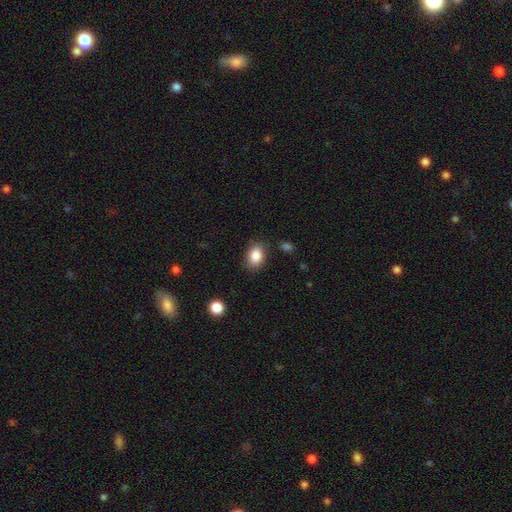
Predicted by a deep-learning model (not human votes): smooth 86%, star or artifact 8%, featured or disk 6%. Down the decision tree: how rounded — in between (77%); merging — none (81%).